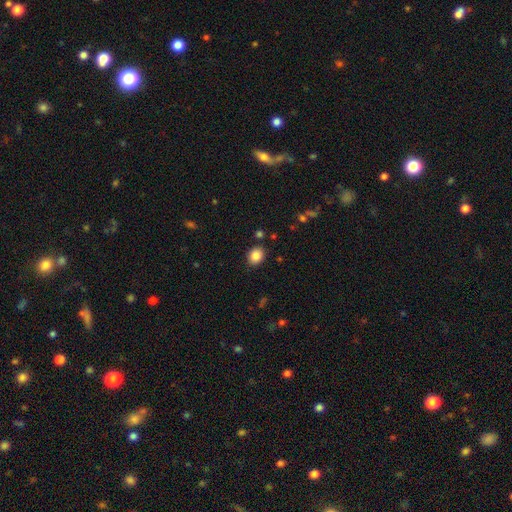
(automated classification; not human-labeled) Overall: smooth (85%). How rounded: round (60%; in between 39%). Merging: none (87%).